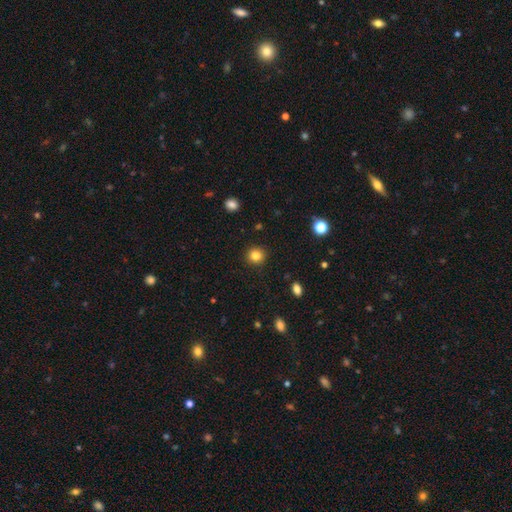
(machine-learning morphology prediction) Smooth or featured?
  - smooth: 83% *
  - star or artifact: 12%
  - featured or disk: 5%
How rounded?
  - round: 92% *
  - in between: 7%
  - cigar-shaped: 1%
Merging?
  - none: 92% *
  - minor disturbance: 5%
  - major disturbance: 2%
  - merger: 1%